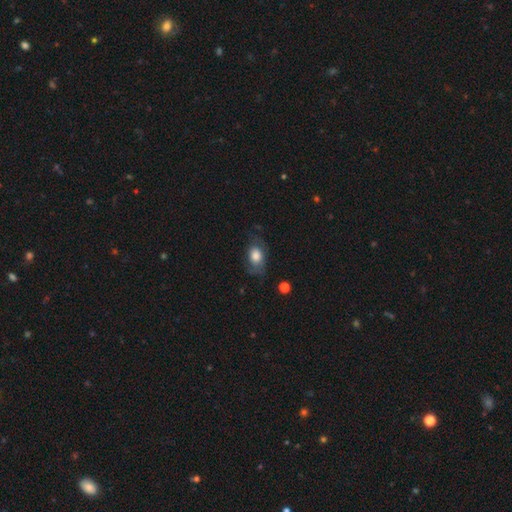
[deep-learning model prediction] Smooth or featured? Predicted: smooth (p=0.66). How rounded? Predicted: in between (p=0.79). Merging? Predicted: none (p=0.55).